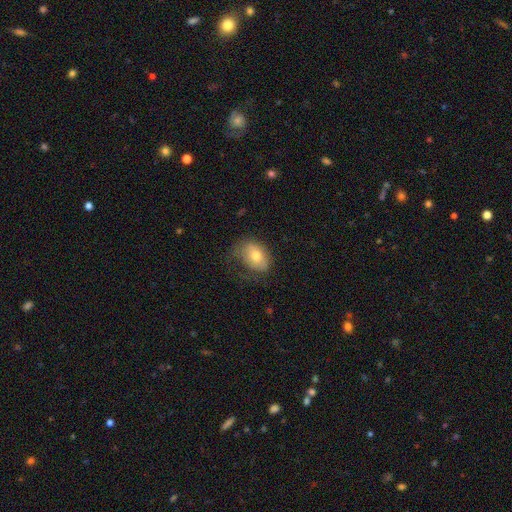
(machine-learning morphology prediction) The model was most divided on "merging": none: 50%, minor disturbance: 30%, major disturbance: 19%, merger: 1%. More confident: how rounded — in between (80%); smooth or featured — smooth (68%).